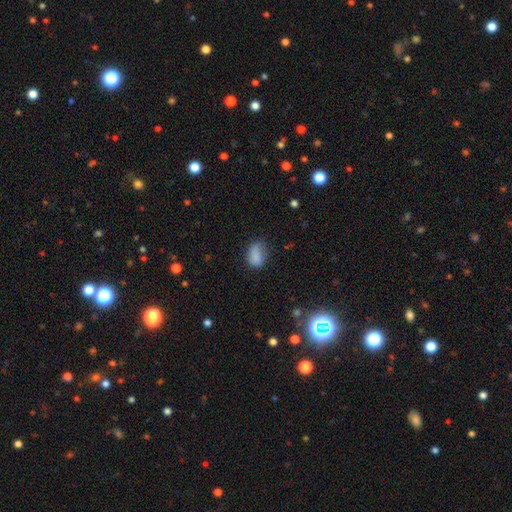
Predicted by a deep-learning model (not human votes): Smooth or featured?
  - smooth: 79% *
  - featured or disk: 10%
  - star or artifact: 10%
How rounded?
  - in between: 80% *
  - round: 18%
  - cigar-shaped: 2%
Merging?
  - none: 53% *
  - minor disturbance: 32%
  - major disturbance: 13%
  - merger: 3%